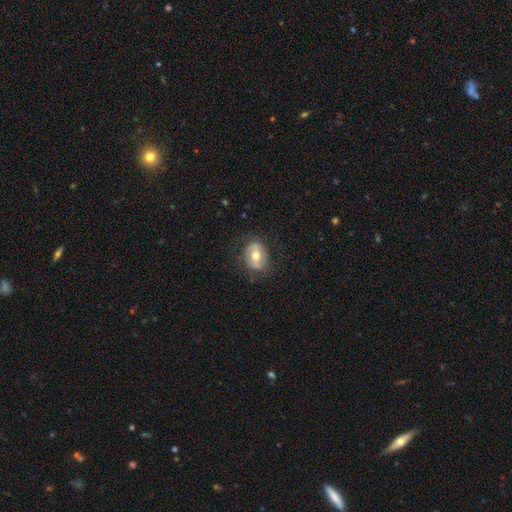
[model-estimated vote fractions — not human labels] This appears to be a featured or disk galaxy (47%). Merging: none (75%).